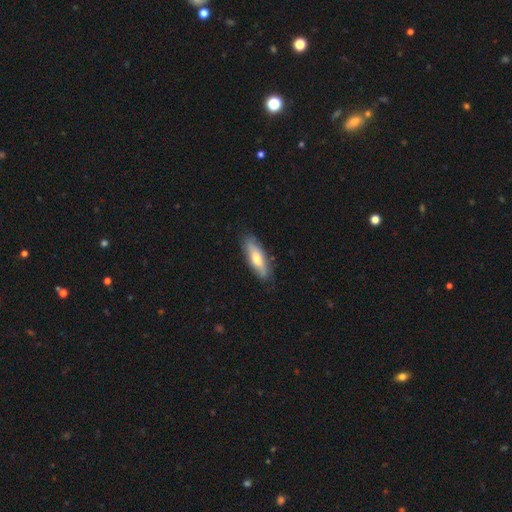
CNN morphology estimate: type=smooth (62%); roundness=cigar-shaped (51%); merging=none (85%).